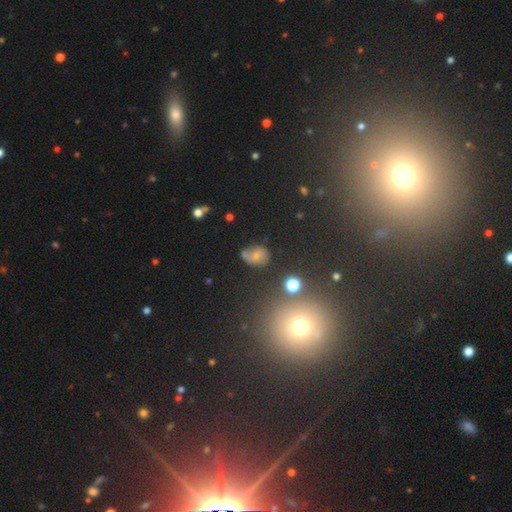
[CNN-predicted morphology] Smooth or featured: smooth — 48% (featured or disk — 32%)
Merging: none — 54% (minor disturbance — 26%)